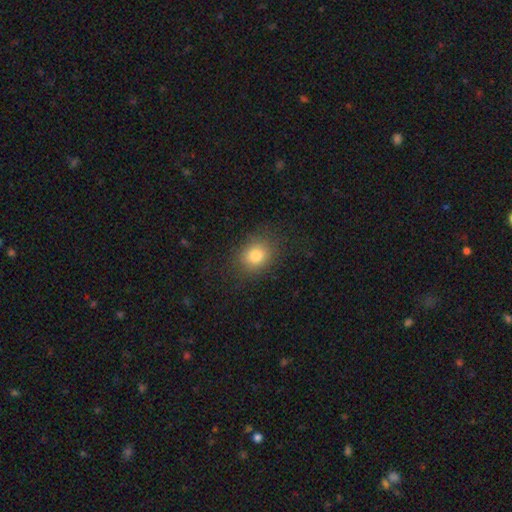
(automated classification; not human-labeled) Smooth or featured?
  - smooth: 81% *
  - star or artifact: 11%
  - featured or disk: 8%
How rounded?
  - round: 57% *
  - in between: 42%
  - cigar-shaped: 1%
Merging?
  - none: 83% *
  - minor disturbance: 11%
  - major disturbance: 5%
  - merger: 1%